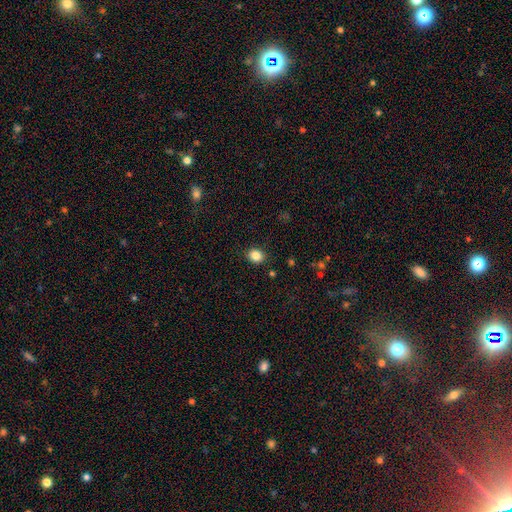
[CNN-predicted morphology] Q: Smooth or featured?
A: smooth (85%); runner-up: star or artifact (10%)
Q: How rounded?
A: round (55%); runner-up: in between (44%)
Q: Merging?
A: none (88%); runner-up: minor disturbance (8%)